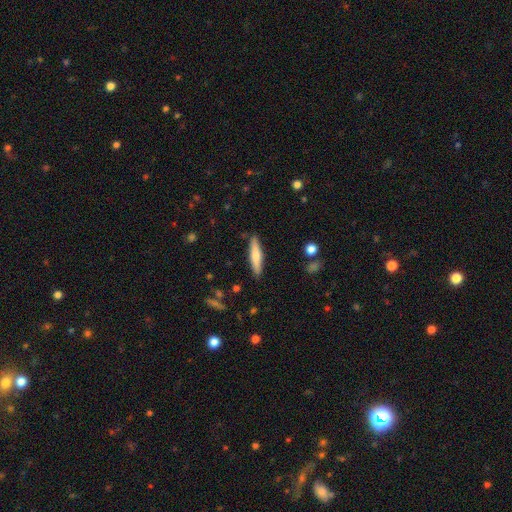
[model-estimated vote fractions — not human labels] Q: Smooth or featured?
A: smooth (66%); runner-up: featured or disk (28%)
Q: How rounded?
A: cigar-shaped (84%); runner-up: in between (15%)
Q: Merging?
A: none (89%); runner-up: minor disturbance (8%)